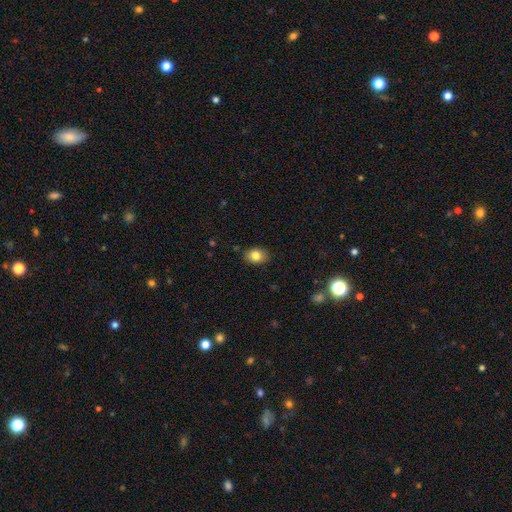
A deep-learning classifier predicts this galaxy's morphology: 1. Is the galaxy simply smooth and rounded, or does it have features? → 82% smooth, 9% featured or disk, 9% star or artifact.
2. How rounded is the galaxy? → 73% in between, 26% round, 1% cigar-shaped.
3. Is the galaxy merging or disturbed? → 86% none, 11% minor disturbance, 2% major disturbance, 1% merger.